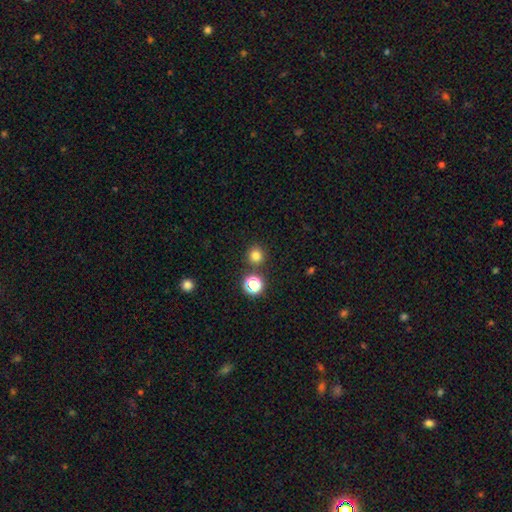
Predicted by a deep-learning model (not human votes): A smooth galaxy with no disk features (77%) that is round (93%).

Vote fractions:
- Smooth or featured? smooth: 77% / star or artifact: 18% / featured or disk: 5%
- How rounded? round: 93% / in between: 6% / cigar-shaped: 1%
- Merging? none: 85% / minor disturbance: 6% / merger: 6% / major disturbance: 2%